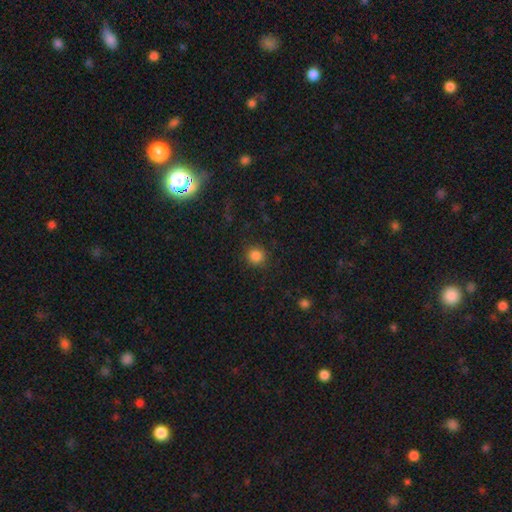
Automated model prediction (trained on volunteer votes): A smooth galaxy with no disk features (84%) that is round (94%). Merging: none (89%).